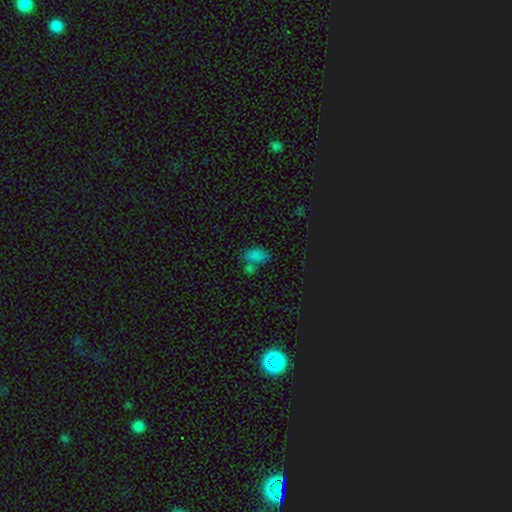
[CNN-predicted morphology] A smooth galaxy with no disk features (75%) that is in between round and cigar-shaped (89%). Merging: none (47%).